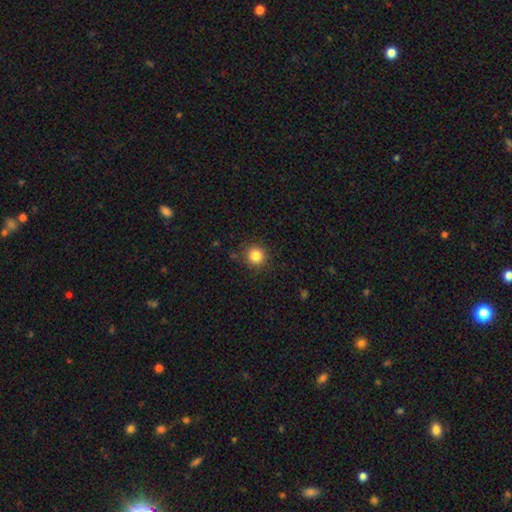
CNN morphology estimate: Smooth or featured: smooth — 83% (star or artifact — 11%)
How rounded: round — 94% (in between — 6%)
Merging: none — 88% (minor disturbance — 8%)